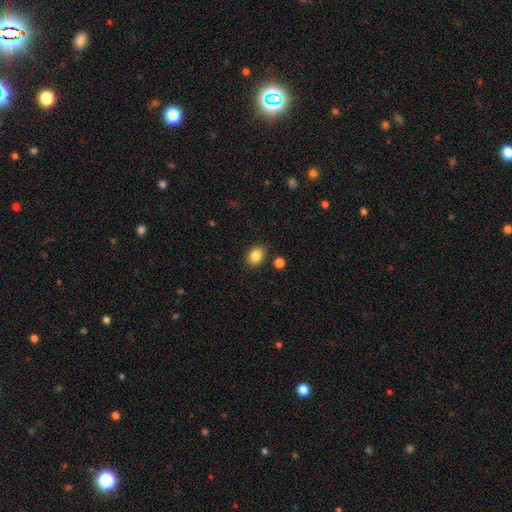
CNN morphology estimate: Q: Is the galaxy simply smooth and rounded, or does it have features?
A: smooth — 86%.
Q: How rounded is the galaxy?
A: in between — 61%.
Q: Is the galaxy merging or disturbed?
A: none — 85%.